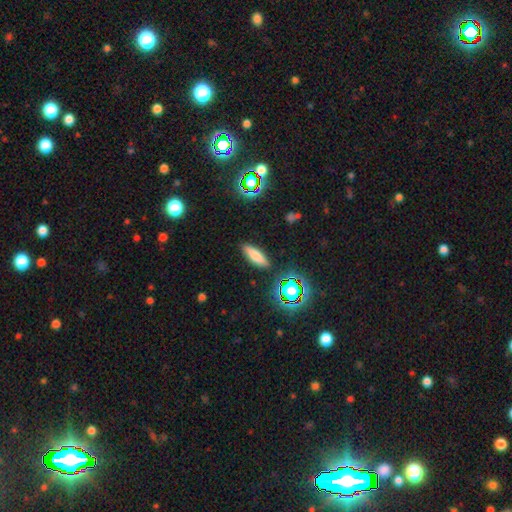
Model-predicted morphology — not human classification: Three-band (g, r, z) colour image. It shows a smooth galaxy with no disk features (74%) that is cigar-shaped (52%). Merging: none (87%).